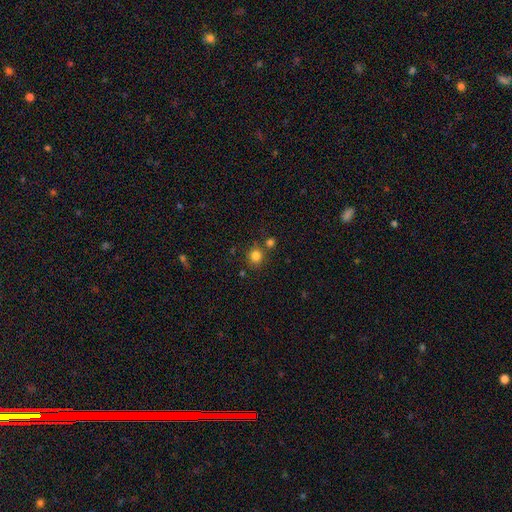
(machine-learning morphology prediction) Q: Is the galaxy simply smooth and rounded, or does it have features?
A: smooth — 82%.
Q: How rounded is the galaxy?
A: round — 88%.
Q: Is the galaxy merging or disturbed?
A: none — 75%.